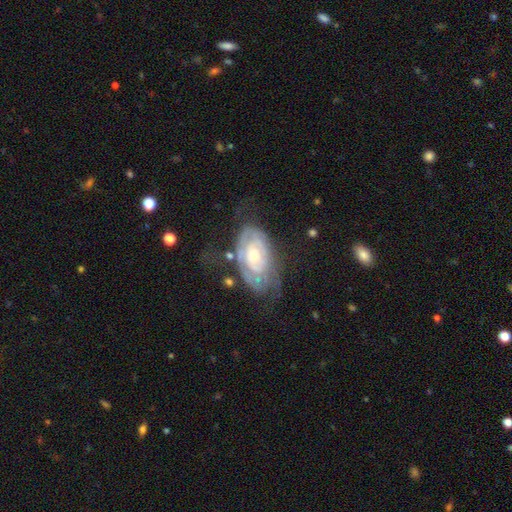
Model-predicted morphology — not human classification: smooth_or_featured: featured or disk (p=0.80) [alt: smooth p=0.14]
disk_edge_on: no (p=0.95) [alt: yes p=0.05]
bar: no (p=0.68) [alt: weak p=0.26]
has_spiral_arms: yes (p=0.87) [alt: no p=0.13]
spiral_winding: tight (p=0.74) [alt: medium p=0.21]
spiral_arm_count: can't tell (p=0.48) [alt: 2 p=0.30]
bulge_size: small (p=0.55) [alt: moderate p=0.38]
merging: none (p=0.59) [alt: minor disturbance p=0.24]